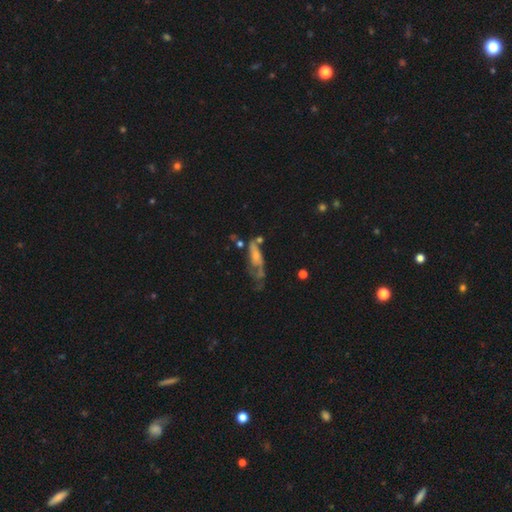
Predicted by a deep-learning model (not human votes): Smooth or featured? featured or disk (49%)
Merging? major disturbance (39%)